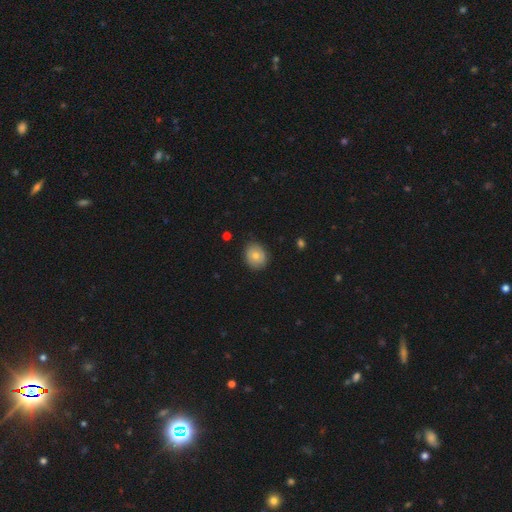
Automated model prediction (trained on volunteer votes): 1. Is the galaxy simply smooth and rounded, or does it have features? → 70% smooth, 22% featured or disk, 8% star or artifact.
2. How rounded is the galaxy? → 65% round, 34% in between, 1% cigar-shaped.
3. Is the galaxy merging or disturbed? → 83% none, 14% minor disturbance, 3% major disturbance, 1% merger.